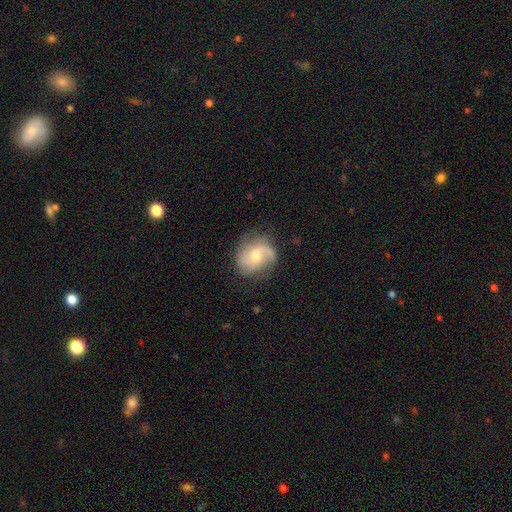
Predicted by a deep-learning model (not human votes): featured or disk 69%, smooth 23%, star or artifact 8%. Down the decision tree: edge-on disk — no (97%); bar — no (61%); spiral arms — yes (92%); spiral arm count — 2 (61%); spiral winding — medium (42%); bulge size — moderate (61%); merging — none (70%).